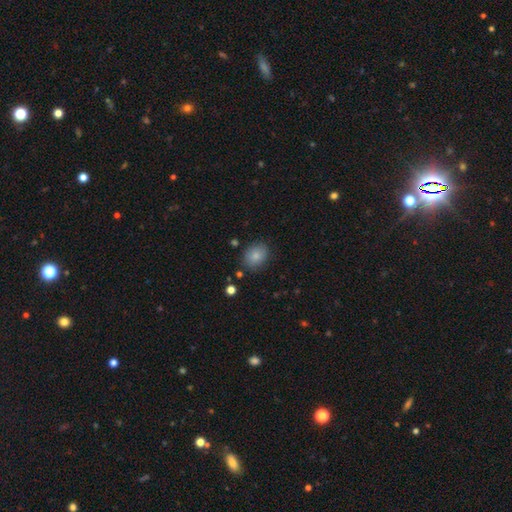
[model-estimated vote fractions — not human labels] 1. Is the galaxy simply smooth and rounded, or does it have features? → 83% smooth, 9% star or artifact, 8% featured or disk.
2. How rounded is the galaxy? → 56% in between, 43% round, 1% cigar-shaped.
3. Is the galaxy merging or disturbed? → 83% none, 12% minor disturbance, 3% major disturbance, 2% merger.